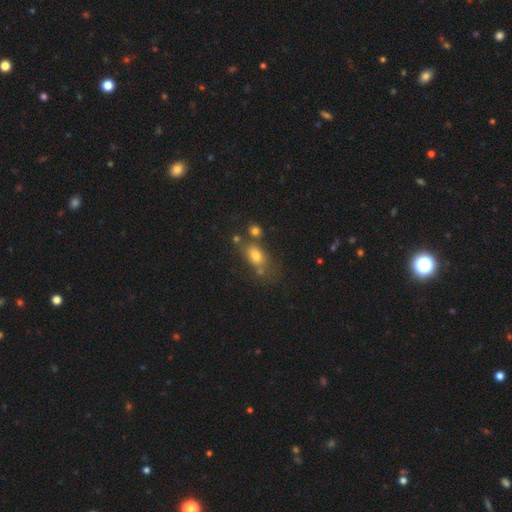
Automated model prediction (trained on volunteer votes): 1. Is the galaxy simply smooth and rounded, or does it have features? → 72% smooth, 14% featured or disk, 14% star or artifact.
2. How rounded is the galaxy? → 69% in between, 26% round, 5% cigar-shaped.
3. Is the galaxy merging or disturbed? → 54% none, 20% merger, 17% minor disturbance, 9% major disturbance.